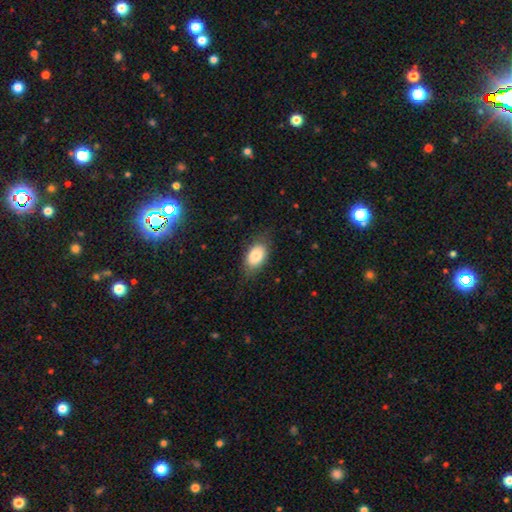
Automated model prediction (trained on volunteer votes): smooth_or_featured: smooth (p=0.80) [alt: featured or disk p=0.13]
how_rounded: in between (p=0.91) [alt: round p=0.07]
merging: none (p=0.77) [alt: minor disturbance p=0.17]